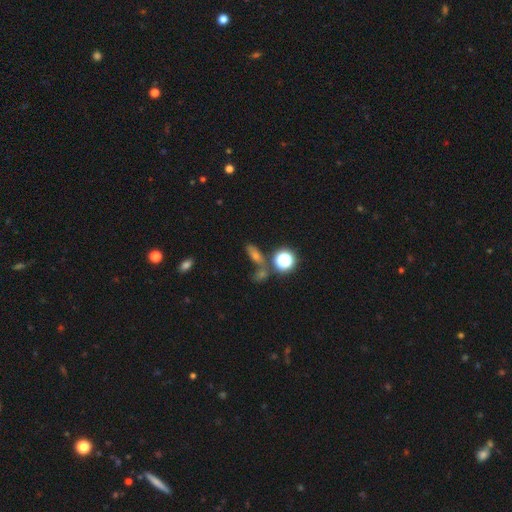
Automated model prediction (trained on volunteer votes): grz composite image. It shows a smooth galaxy with no disk features (46%). Merging: none (62%).